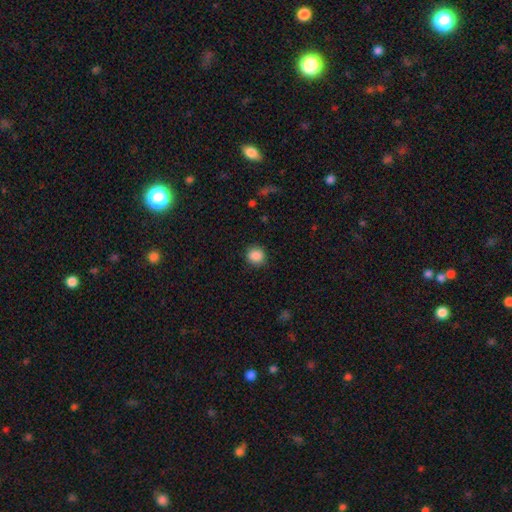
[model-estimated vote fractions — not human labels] A smooth galaxy with no disk features (88%) that is round (84%).

Vote fractions:
- Smooth or featured? smooth: 88% / star or artifact: 9% / featured or disk: 3%
- How rounded? round: 84% / in between: 15% / cigar-shaped: 1%
- Merging? none: 89% / minor disturbance: 8% / major disturbance: 2% / merger: 1%